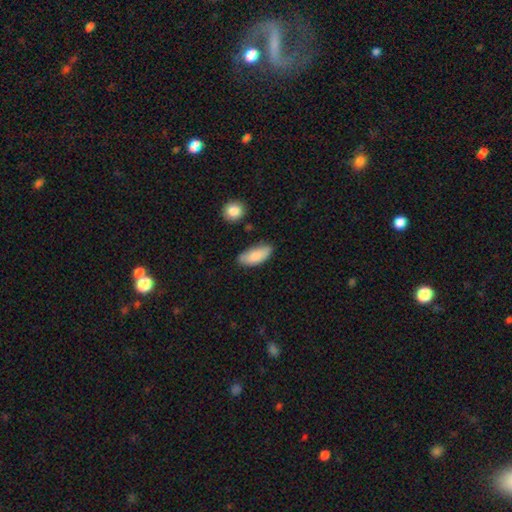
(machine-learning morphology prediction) This is clearly a smooth galaxy (83%). How rounded: clearly in between (87%). Merging: likely none (71%).